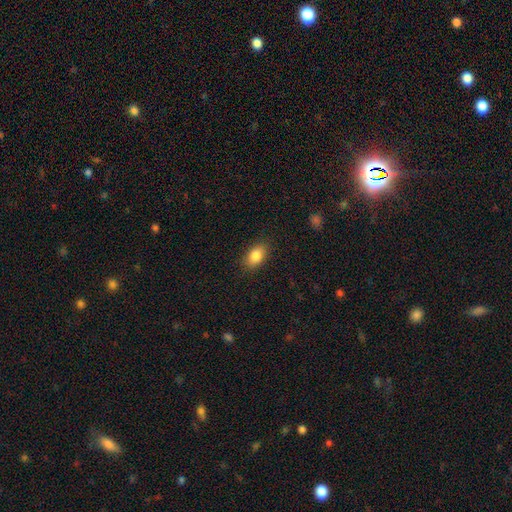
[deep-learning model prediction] smooth 86%, star or artifact 8%, featured or disk 6%. Down the decision tree: how rounded — in between (88%); merging — none (87%).